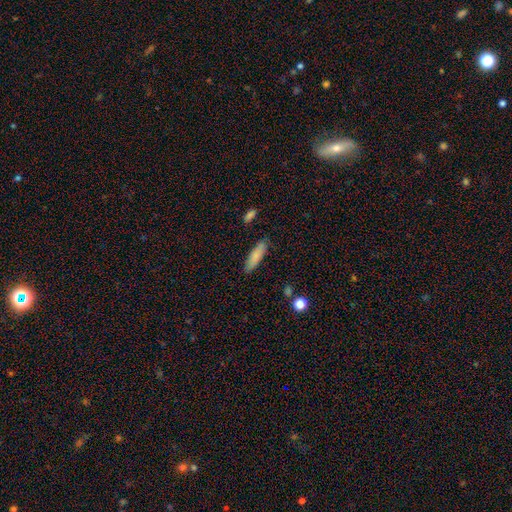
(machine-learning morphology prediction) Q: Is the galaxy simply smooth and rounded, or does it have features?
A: smooth — 84%.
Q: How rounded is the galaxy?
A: cigar-shaped — 64%.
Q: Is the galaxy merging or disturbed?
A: none — 84%.